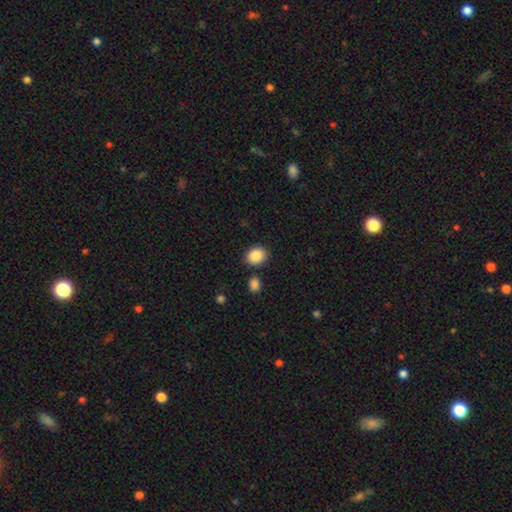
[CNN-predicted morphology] Smooth or featured? smooth (88%)
How rounded? round (60%)
Merging? none (82%)